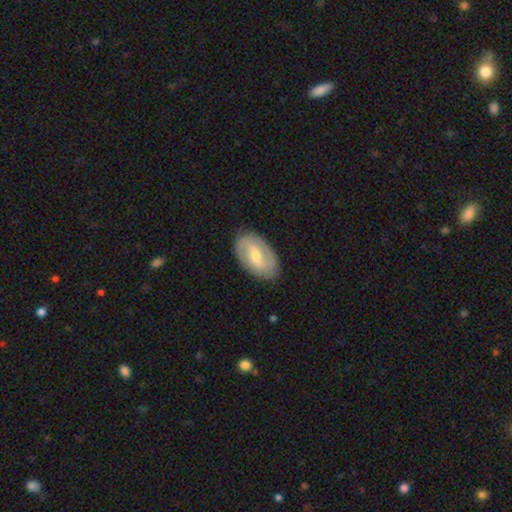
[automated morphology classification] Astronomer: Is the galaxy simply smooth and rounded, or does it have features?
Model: featured or disk — 68%.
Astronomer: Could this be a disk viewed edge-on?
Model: no — 95%.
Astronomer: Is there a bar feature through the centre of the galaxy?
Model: weak — 51%.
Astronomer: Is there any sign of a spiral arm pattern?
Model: yes — 80%.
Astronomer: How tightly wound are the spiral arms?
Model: medium — 43% (runner-up: tight, 37%).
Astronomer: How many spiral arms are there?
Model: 2 — 81%.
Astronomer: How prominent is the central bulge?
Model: moderate — 52% (runner-up: small, 42%).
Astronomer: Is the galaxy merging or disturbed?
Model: none — 85%.